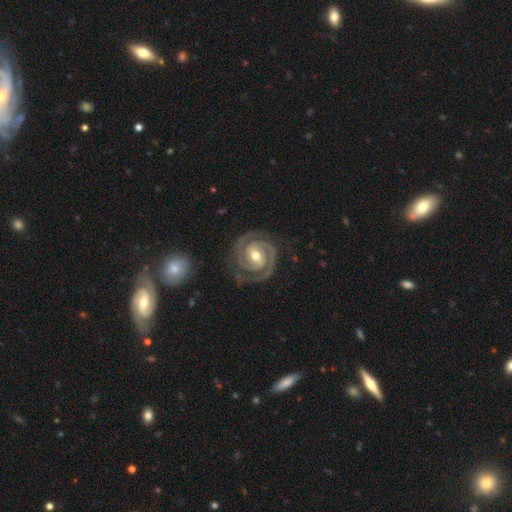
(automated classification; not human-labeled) Q: Smooth or featured?
A: featured or disk (93%); runner-up: star or artifact (3%)
Q: Edge-on disk?
A: no (98%); runner-up: yes (2%)
Q: Bar?
A: weak (41%); runner-up: strong (32%)
Q: Spiral arms?
A: yes (99%); runner-up: no (1%)
Q: Spiral winding?
A: tight (74%); runner-up: medium (23%)
Q: Spiral arm count?
A: 2 (90%); runner-up: 3 (4%)
Q: Bulge size?
A: moderate (70%); runner-up: small (25%)
Q: Merging?
A: none (84%); runner-up: minor disturbance (11%)